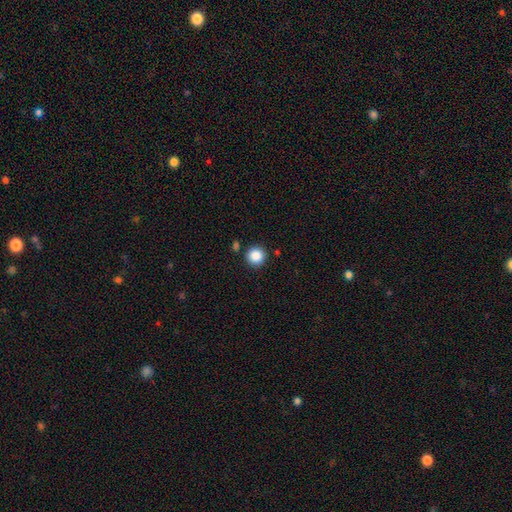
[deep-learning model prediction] A smooth galaxy with no disk features (87%) that is round (95%).

Vote fractions:
- Smooth or featured? smooth: 87% / star or artifact: 10% / featured or disk: 3%
- How rounded? round: 95% / in between: 4% / cigar-shaped: 1%
- Merging? none: 88% / minor disturbance: 6% / merger: 3% / major disturbance: 2%